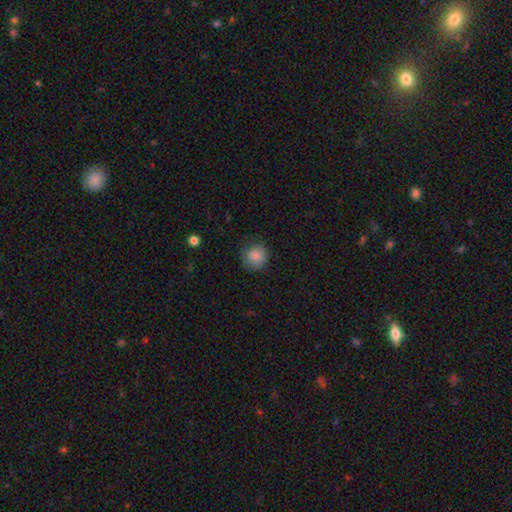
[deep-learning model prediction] smooth 85%, star or artifact 9%, featured or disk 6%. Down the decision tree: how rounded — round (90%); merging — none (77%).